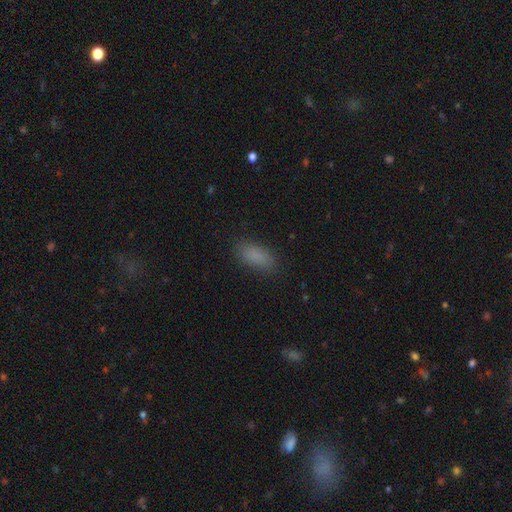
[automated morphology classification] smooth-or-featured: smooth: 85% | star or artifact: 10% | featured or disk: 5%
  how-rounded: in between: 87% | cigar-shaped: 10% | round: 3%
  merging: none: 84% | minor disturbance: 11% | major disturbance: 4% | merger: 1%